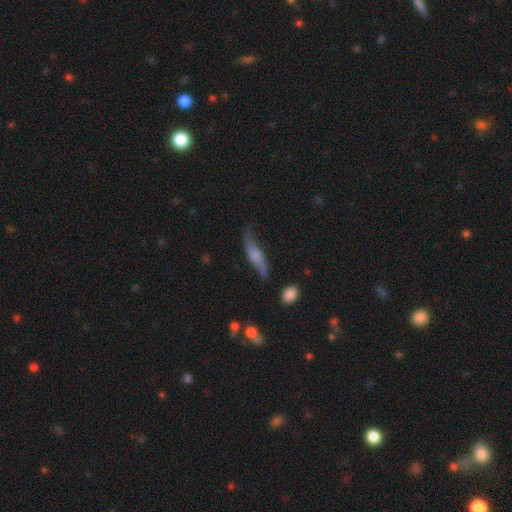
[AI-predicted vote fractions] Smooth or featured? Predicted: featured or disk (p=0.47). Merging? Predicted: none (p=0.55).